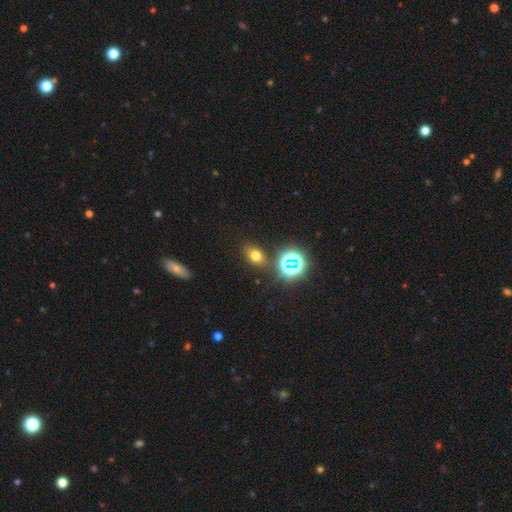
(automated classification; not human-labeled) A smooth galaxy with no disk features (64%) that is in between round and cigar-shaped (70%).

Vote fractions:
- Smooth or featured? smooth: 64% / star or artifact: 26% / featured or disk: 10%
- How rounded? in between: 70% / round: 28% / cigar-shaped: 2%
- Merging? none: 81% / minor disturbance: 10% / merger: 5% / major disturbance: 4%